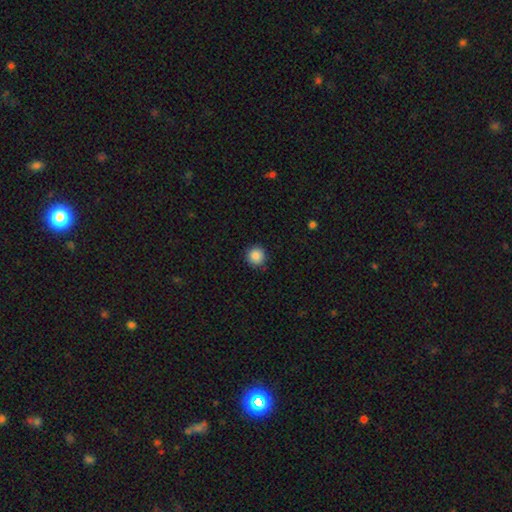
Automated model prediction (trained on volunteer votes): Smooth or featured? smooth (88%)
How rounded? round (95%)
Merging? none (90%)